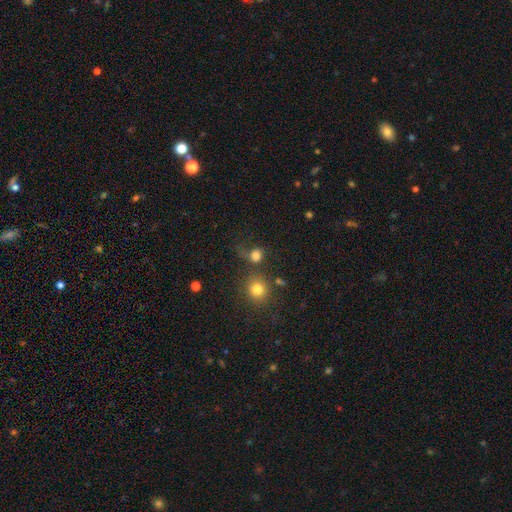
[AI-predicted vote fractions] Morphology: type=smooth (74%); roundness=round (76%); merging=none (42%).